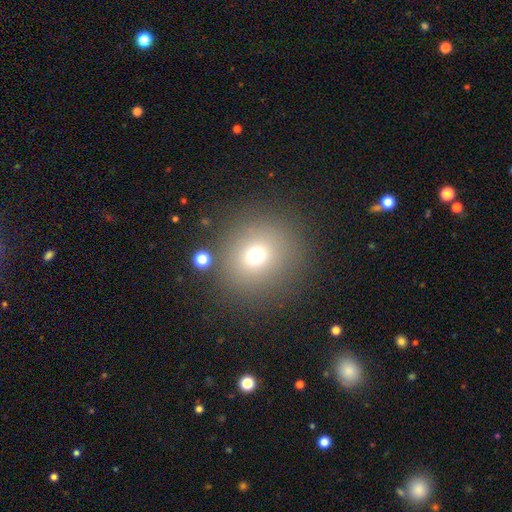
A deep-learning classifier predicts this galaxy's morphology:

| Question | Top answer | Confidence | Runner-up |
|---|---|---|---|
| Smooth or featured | smooth | 70% | star or artifact (18%) |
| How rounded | round | 85% | in between (14%) |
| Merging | none | 83% | minor disturbance (8%) |